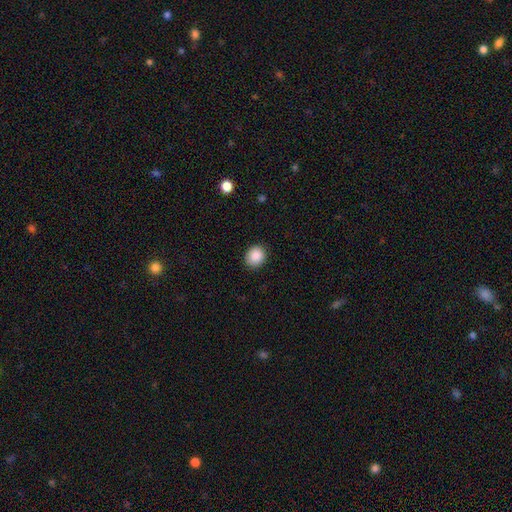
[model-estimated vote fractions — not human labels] A smooth galaxy with no disk features (88%) that is round (71%). Merging: none (87%).